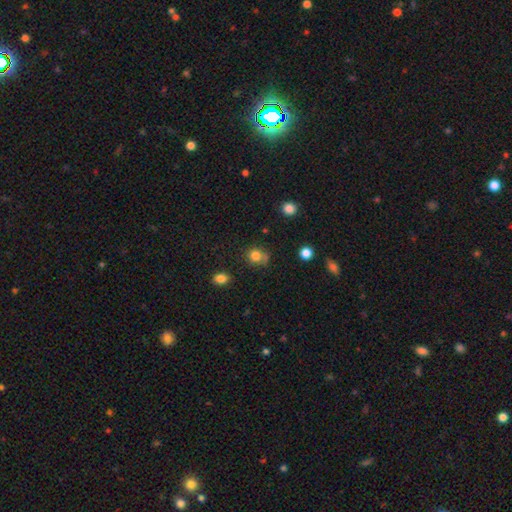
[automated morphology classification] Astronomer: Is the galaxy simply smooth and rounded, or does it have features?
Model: smooth — 80%.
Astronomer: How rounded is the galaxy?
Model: round — 78%.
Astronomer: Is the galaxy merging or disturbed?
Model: none — 60%.